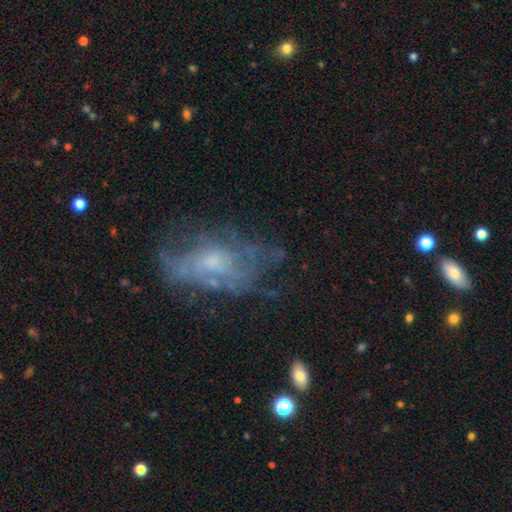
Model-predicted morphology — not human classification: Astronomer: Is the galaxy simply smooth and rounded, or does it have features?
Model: featured or disk — 62%.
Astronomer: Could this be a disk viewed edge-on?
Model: no — 93%.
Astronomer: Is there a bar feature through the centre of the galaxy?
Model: no — 78%.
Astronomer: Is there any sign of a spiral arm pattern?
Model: no — 55% (runner-up: yes, 45%).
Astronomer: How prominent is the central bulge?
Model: small — 52% (runner-up: moderate, 31%).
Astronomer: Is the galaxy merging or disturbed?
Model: none — 51%.